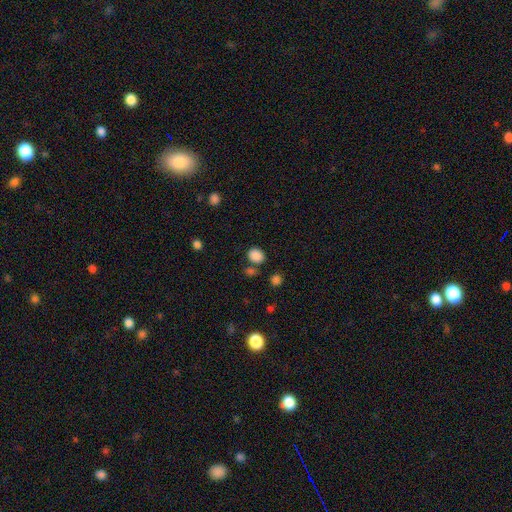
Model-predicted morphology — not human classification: Smooth or featured: smooth — 86% (star or artifact — 11%)
How rounded: round — 53% (in between — 46%)
Merging: none — 73% (minor disturbance — 12%)